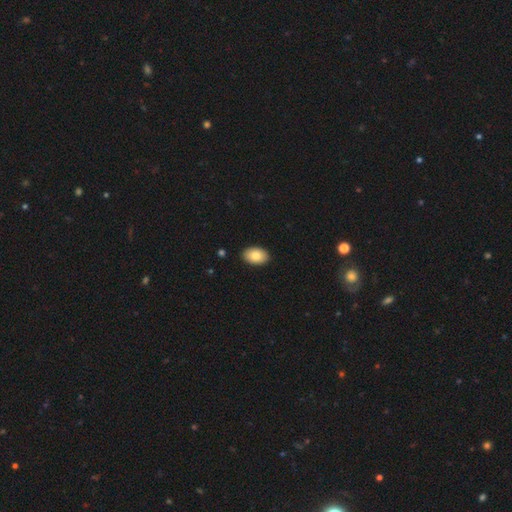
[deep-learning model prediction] Smooth or featured: smooth — 85% (featured or disk — 9%)
How rounded: in between — 91% (round — 8%)
Merging: none — 90% (minor disturbance — 7%)